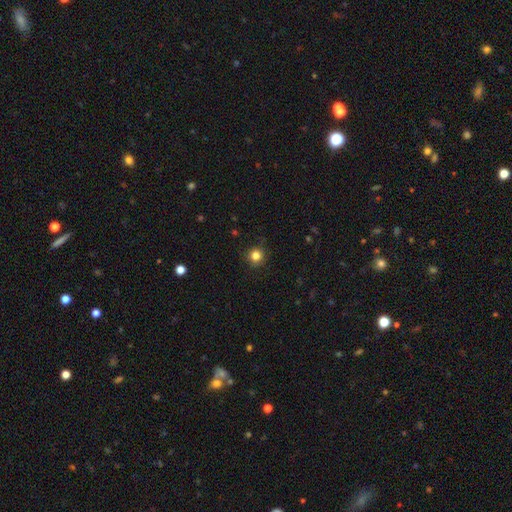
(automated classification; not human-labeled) Morphology: type=smooth (82%); roundness=round (94%); merging=none (89%).